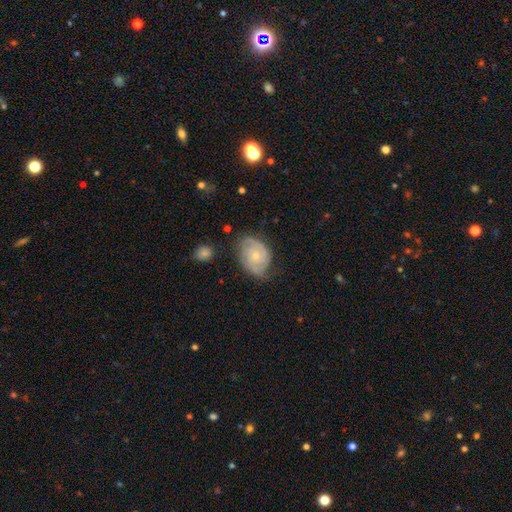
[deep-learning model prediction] This is clearly a featured or disk galaxy (82%). It is clearly not viewed edge-on (98%). Bar: likely no (74%). Spiral arm pattern: clearly yes (95%). Spiral arm count: likely 2 (61%). Spiral winding: likely tight (63%). Central bulge: likely small (64%). Merging: likely none (69%).